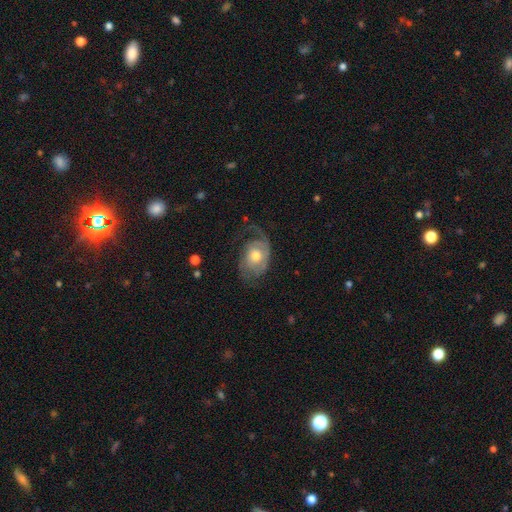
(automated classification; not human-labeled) A featured or disk galaxy (74%) with no bar (76%), 1 (43%) tight (38%) spiral arms (88%) and a moderate central bulge (70%). Merging: none (50%).